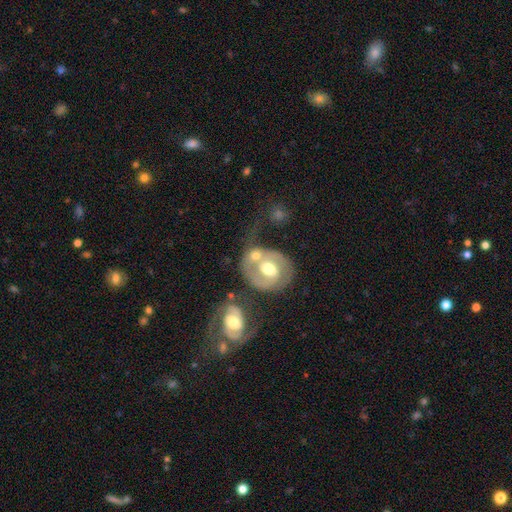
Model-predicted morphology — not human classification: featured or disk 64%, smooth 29%, star or artifact 7%. Down the decision tree: edge-on disk — no (96%); bar — no (47%); spiral arms — yes (70%); bulge size — moderate (74%); merging — merger (41%).